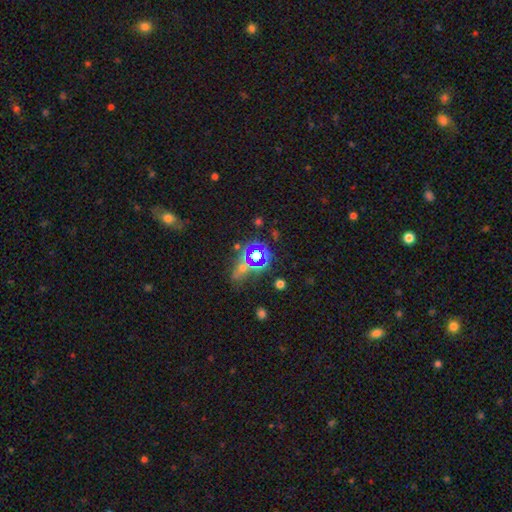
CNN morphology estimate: Smooth or featured: star or artifact — 67% (smooth — 22%)